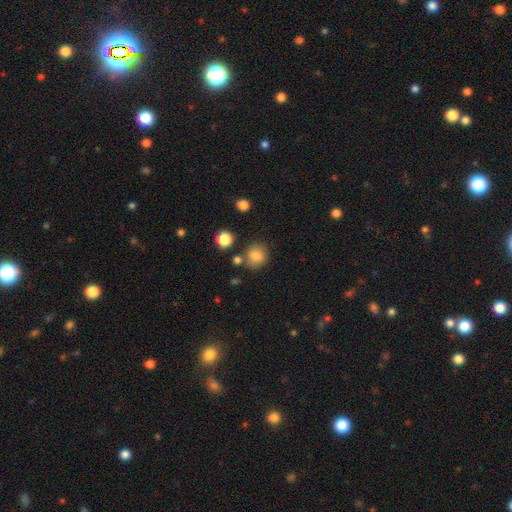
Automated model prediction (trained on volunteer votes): Overall: smooth (83%). How rounded: round (83%). Merging: none (78%).